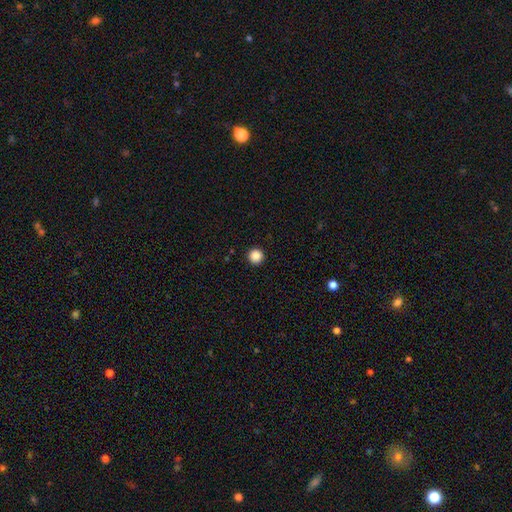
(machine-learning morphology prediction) The model was most divided on "smooth or featured": smooth: 87%, star or artifact: 10%, featured or disk: 2%. More confident: how rounded — round (97%); merging — none (93%).